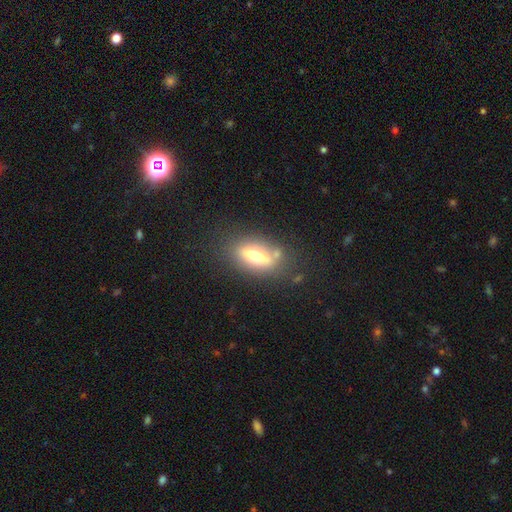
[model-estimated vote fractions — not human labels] The model was most divided on "smooth or featured": smooth: 55%, featured or disk: 35%, star or artifact: 10%. More confident: merging — none (71%); how rounded — in between (60%).